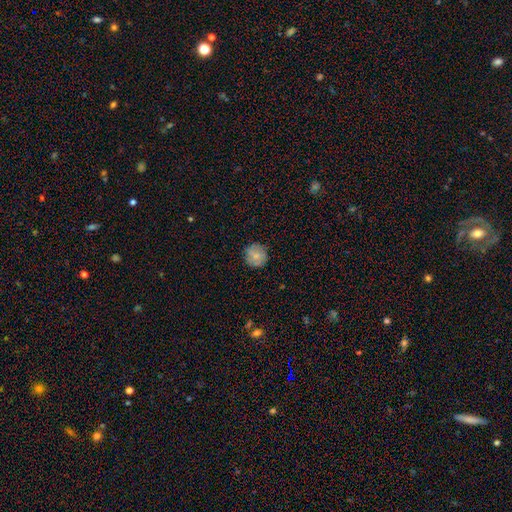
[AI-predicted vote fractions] A smooth galaxy with no disk features (70%) that is round (90%). Merging: none (83%).